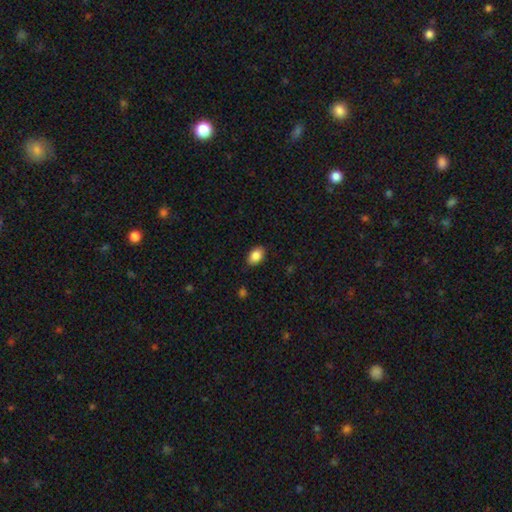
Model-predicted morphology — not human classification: A smooth galaxy with no disk features (87%) that is in between round and cigar-shaped (88%). Merging: none (86%).